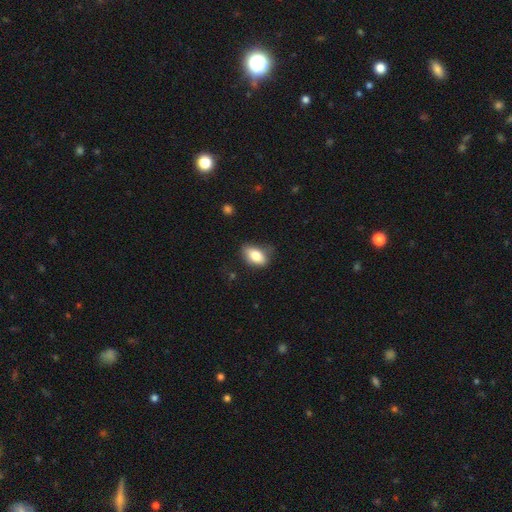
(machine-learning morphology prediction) smooth-or-featured: smooth: 80% | featured or disk: 12% | star or artifact: 8%
  how-rounded: in between: 88% | round: 9% | cigar-shaped: 3%
  merging: none: 63% | minor disturbance: 28% | major disturbance: 7% | merger: 2%